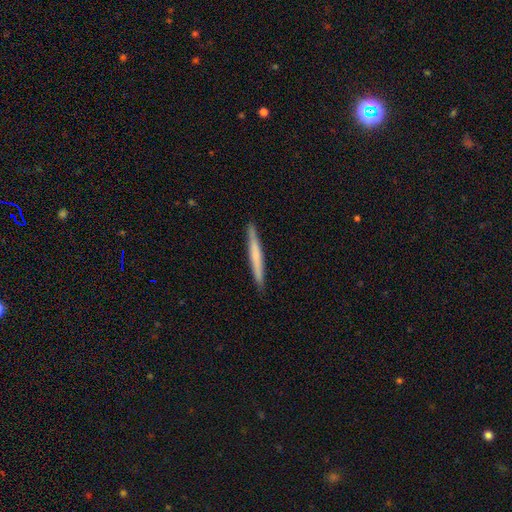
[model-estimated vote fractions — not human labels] Smooth or featured? Predicted: smooth (p=0.55). How rounded? Predicted: cigar-shaped (p=0.97). Merging? Predicted: none (p=0.92).